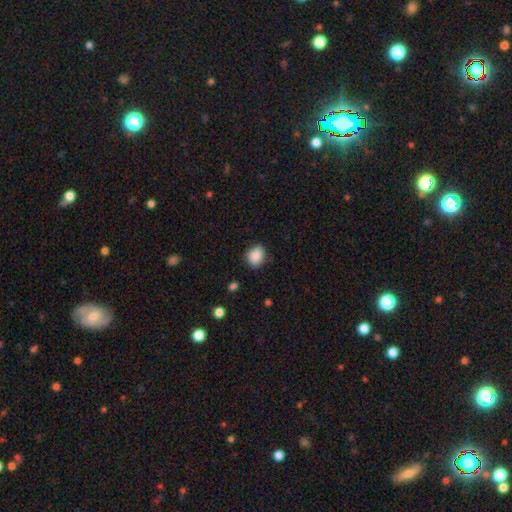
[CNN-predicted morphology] This appears to be a smooth galaxy with no disk features (88%) that is round (50%). Merging: none (82%).